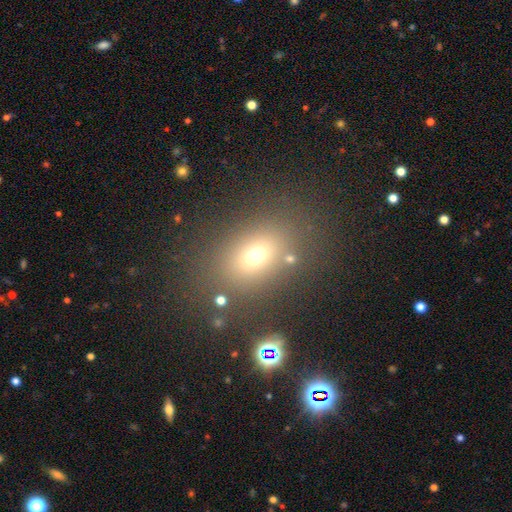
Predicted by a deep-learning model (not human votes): Smooth or featured?
  - smooth: 67% *
  - star or artifact: 20%
  - featured or disk: 14%
How rounded?
  - in between: 69% *
  - round: 29%
  - cigar-shaped: 2%
Merging?
  - none: 79% *
  - minor disturbance: 11%
  - major disturbance: 6%
  - merger: 4%